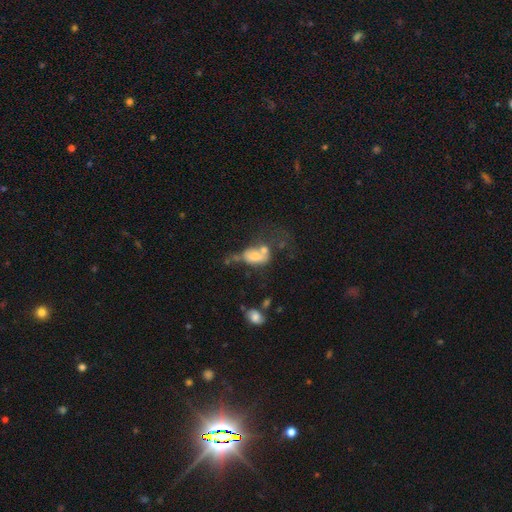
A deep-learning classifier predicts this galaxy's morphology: Overall: smooth (57%; featured or disk 32%). How rounded: in between (78%). Merging: merger (45%; major disturbance 20%).